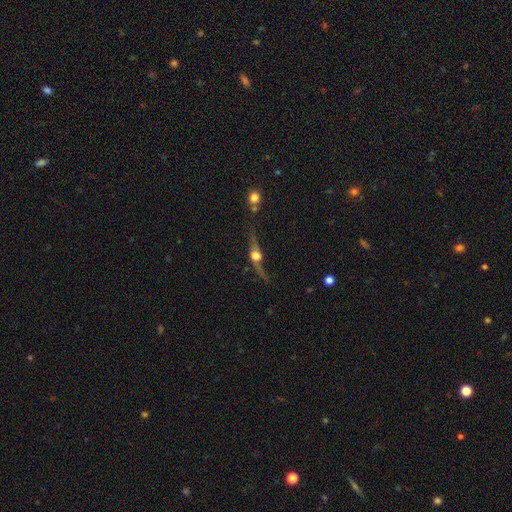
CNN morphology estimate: smooth-or-featured: featured or disk: 76% | smooth: 14% | star or artifact: 10%
  disk-edge-on: yes: 85% | no: 15%
    edge-on-bulge: rounded: 96% | boxy: 3% | none: 2%
  merging: none: 64% | minor disturbance: 18% | major disturbance: 12% | merger: 6%